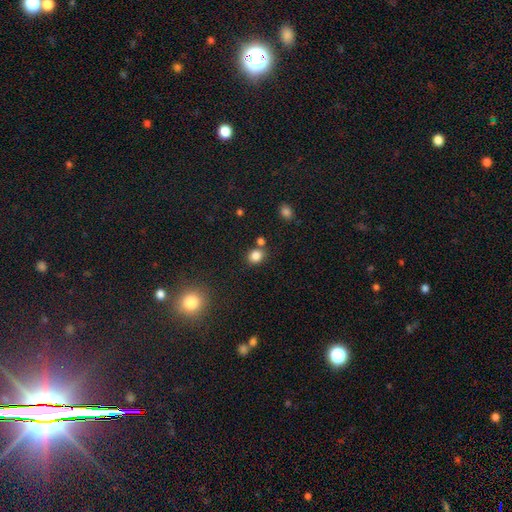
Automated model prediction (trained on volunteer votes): Smooth or featured?
  - smooth: 83% *
  - star or artifact: 12%
  - featured or disk: 5%
How rounded?
  - round: 66% *
  - in between: 33%
  - cigar-shaped: 1%
Merging?
  - none: 73% *
  - merger: 13%
  - minor disturbance: 11%
  - major disturbance: 3%